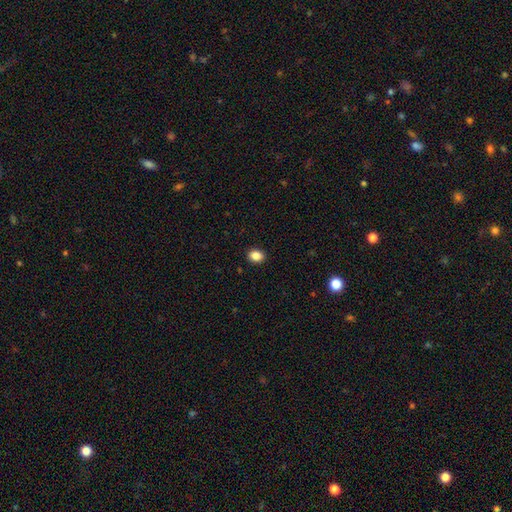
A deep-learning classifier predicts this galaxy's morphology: smooth_or_featured: smooth (p=0.86) [alt: star or artifact p=0.10]
how_rounded: in between (p=0.53) [alt: round p=0.46]
merging: none (p=0.91) [alt: minor disturbance p=0.06]